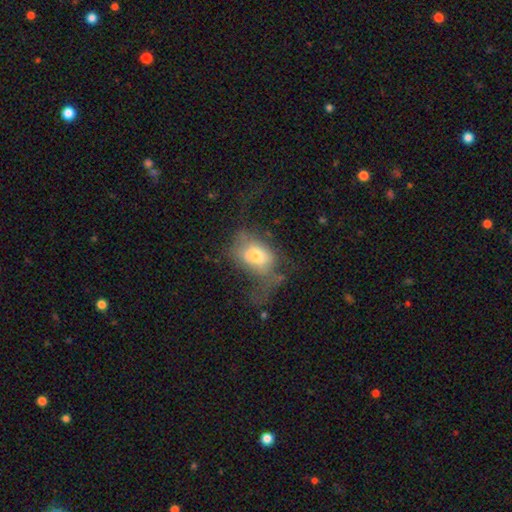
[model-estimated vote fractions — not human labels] This is possibly a smooth galaxy (58%). How rounded: likely in between (78%). Merging: possibly major disturbance (48%).